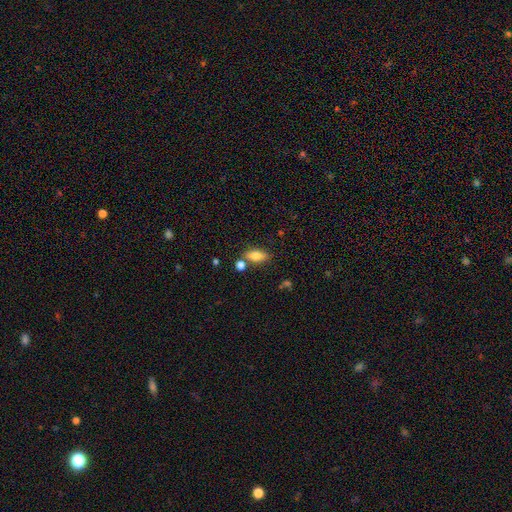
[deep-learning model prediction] Smooth or featured? Predicted: smooth (p=0.75). How rounded? Predicted: in between (p=0.78). Merging? Predicted: none (p=0.71).